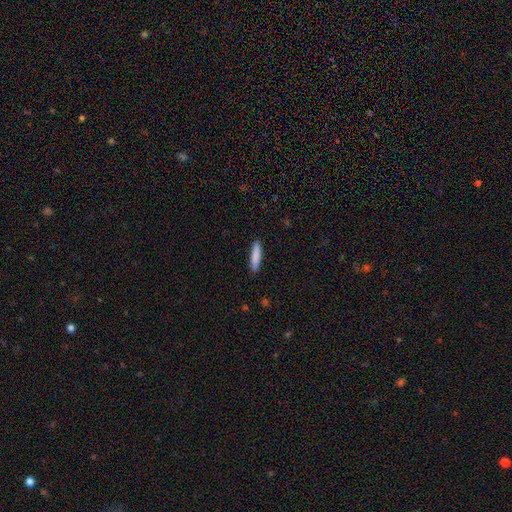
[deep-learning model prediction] Smooth or featured: smooth — 85% (featured or disk — 9%)
How rounded: cigar-shaped — 84% (in between — 15%)
Merging: none — 90% (minor disturbance — 7%)